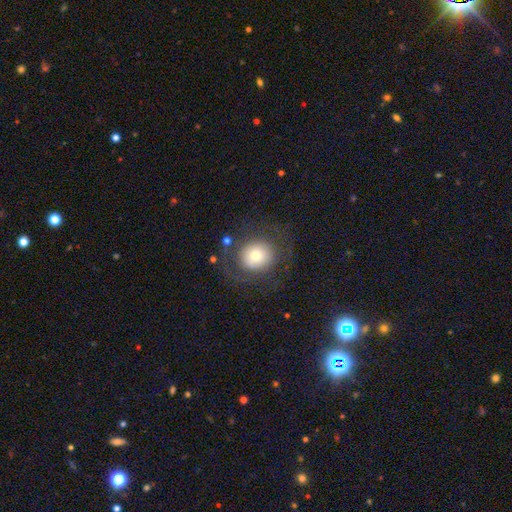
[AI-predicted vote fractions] Smooth or featured? Predicted: smooth (p=0.66). How rounded? Predicted: round (p=0.87). Merging? Predicted: none (p=0.74).